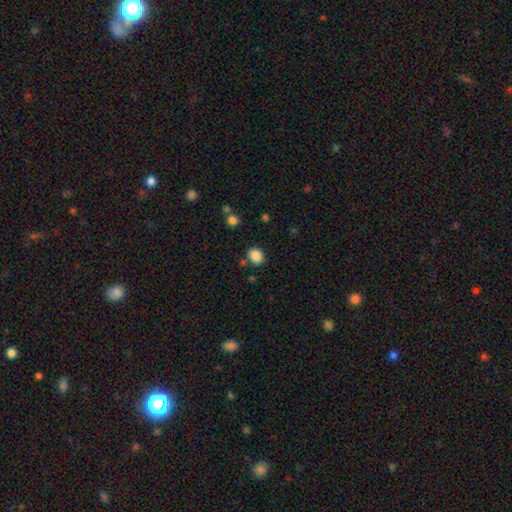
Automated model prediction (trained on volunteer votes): A smooth galaxy with no disk features (86%) that is round (62%). Merging: none (83%).